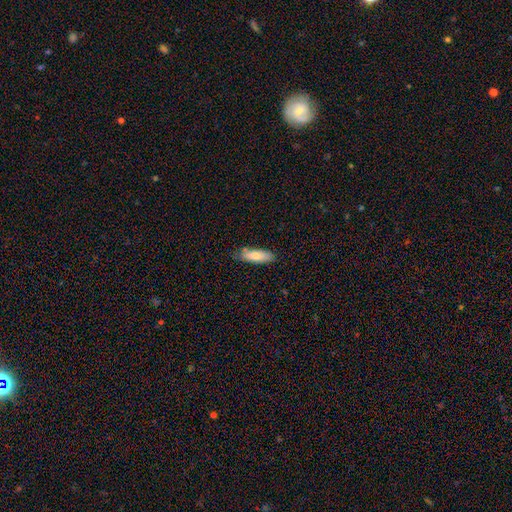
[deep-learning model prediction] Overall: smooth (77%). How rounded: in between (56%; cigar-shaped 42%). Merging: none (78%).